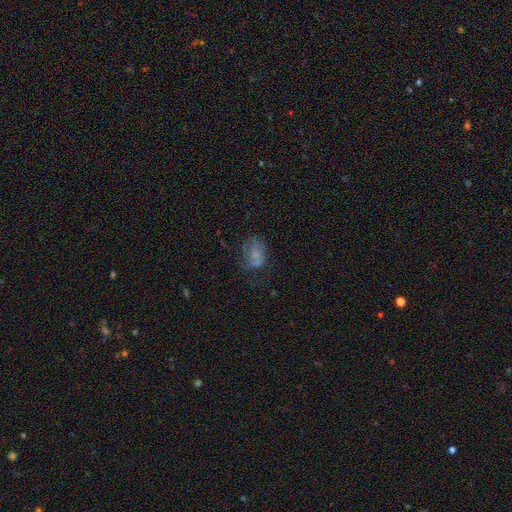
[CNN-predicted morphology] A smooth galaxy with no disk features (53%) that is in between round and cigar-shaped (66%). Merging: none (37%).